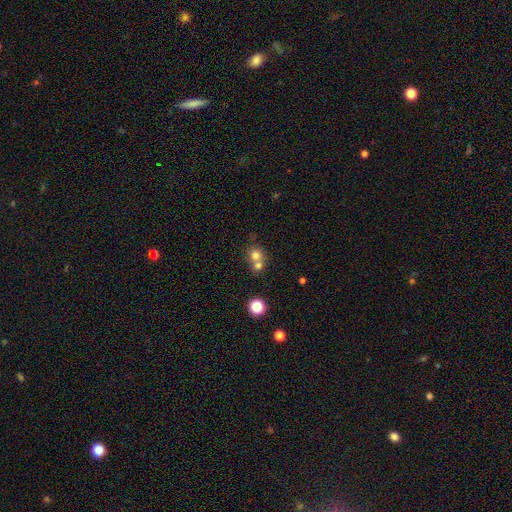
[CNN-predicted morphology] type=smooth (74%); roundness=round (84%); merging=merger (54%).